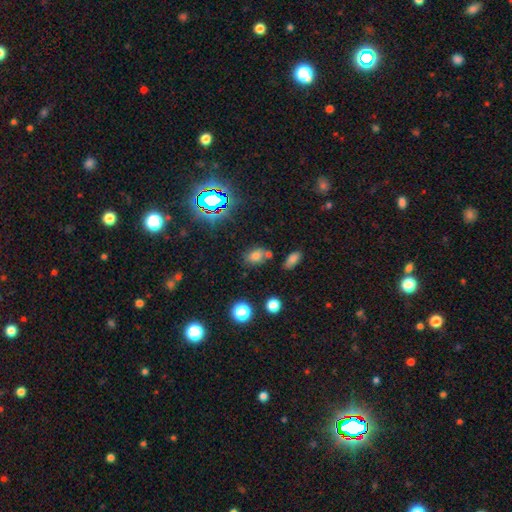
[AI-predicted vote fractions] smooth-or-featured: smooth: 68% | star or artifact: 22% | featured or disk: 10%
  how-rounded: in between: 73% | round: 25% | cigar-shaped: 2%
  merging: none: 63% | merger: 16% | minor disturbance: 16% | major disturbance: 5%